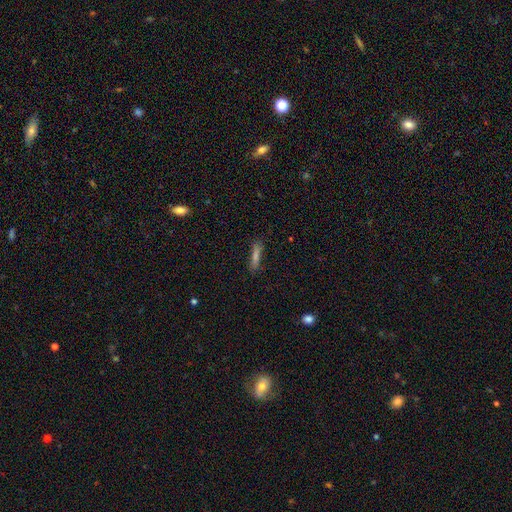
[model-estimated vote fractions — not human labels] Smooth or featured?
  - smooth: 59% *
  - featured or disk: 25%
  - star or artifact: 15%
How rounded?
  - cigar-shaped: 88% *
  - in between: 10%
  - round: 3%
Merging?
  - none: 82% *
  - minor disturbance: 13%
  - major disturbance: 3%
  - merger: 2%